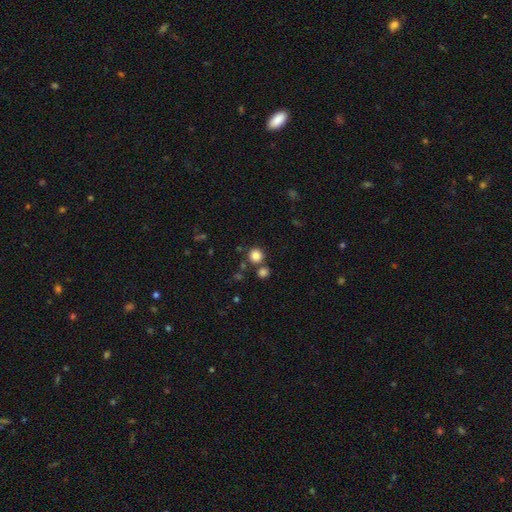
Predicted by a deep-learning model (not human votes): Smooth or featured? smooth (83%)
How rounded? round (91%)
Merging? none (76%)